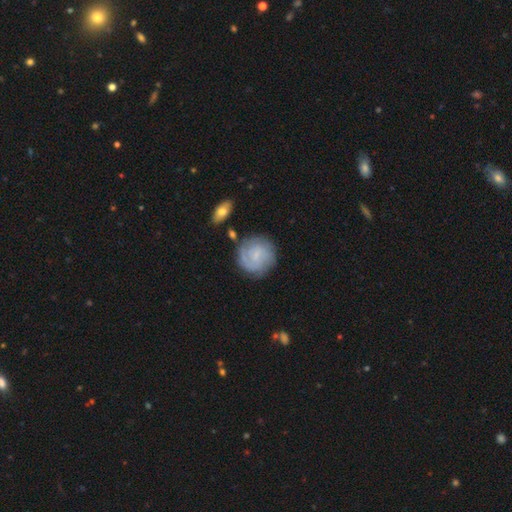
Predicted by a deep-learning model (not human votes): Smooth or featured?
  - featured or disk: 58% *
  - smooth: 35%
  - star or artifact: 7%
Edge-on disk?
  - no: 97% *
  - yes: 3%
Bar?
  - no: 53% *
  - weak: 40%
  - strong: 6%
Spiral arms?
  - yes: 87% *
  - no: 13%
Bulge size?
  - small: 48% *
  - none: 33%
  - moderate: 16%
  - large: 2%
  - dominant: 1%
Merging?
  - none: 75% *
  - minor disturbance: 15%
  - major disturbance: 6%
  - merger: 3%